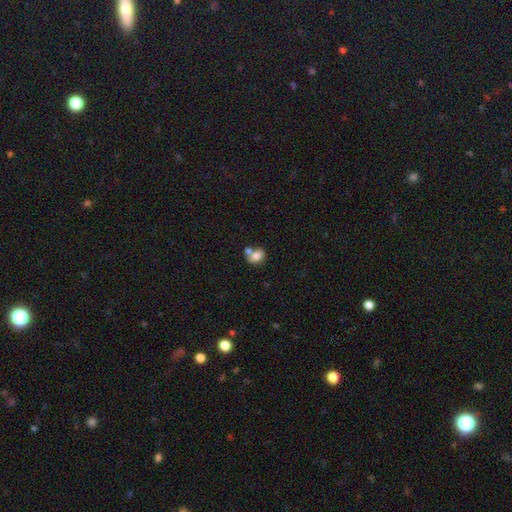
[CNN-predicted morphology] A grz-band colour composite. It shows a smooth galaxy with no disk features (78%) that is in between round and cigar-shaped (62%). Merging: merger (42%).